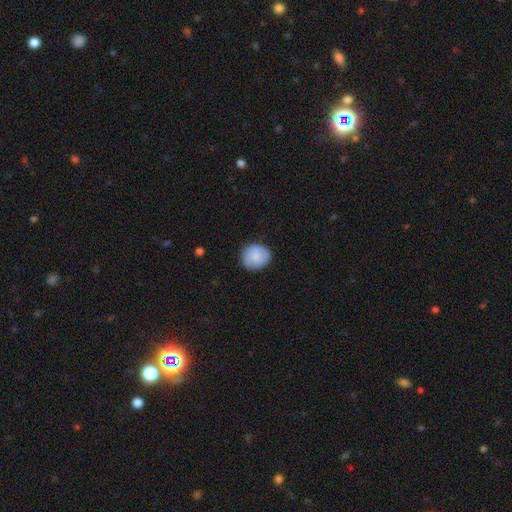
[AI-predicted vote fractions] The model was most divided on "how rounded": round: 82%, in between: 17%, cigar-shaped: 1%. More confident: merging — none (82%); smooth or featured — smooth (80%).